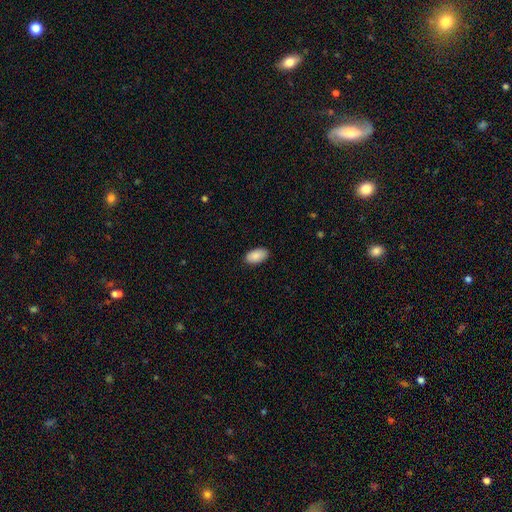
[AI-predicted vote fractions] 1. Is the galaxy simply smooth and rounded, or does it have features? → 89% smooth, 6% star or artifact, 4% featured or disk.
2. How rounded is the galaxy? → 95% in between, 3% round, 2% cigar-shaped.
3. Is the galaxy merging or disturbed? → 88% none, 9% minor disturbance, 2% major disturbance, 1% merger.